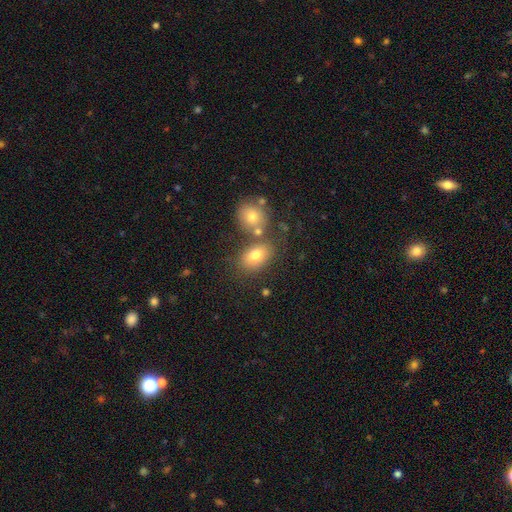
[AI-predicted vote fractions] Smooth or featured: smooth — 76% (featured or disk — 14%)
How rounded: in between — 78% (round — 20%)
Merging: none — 63% (merger — 20%)